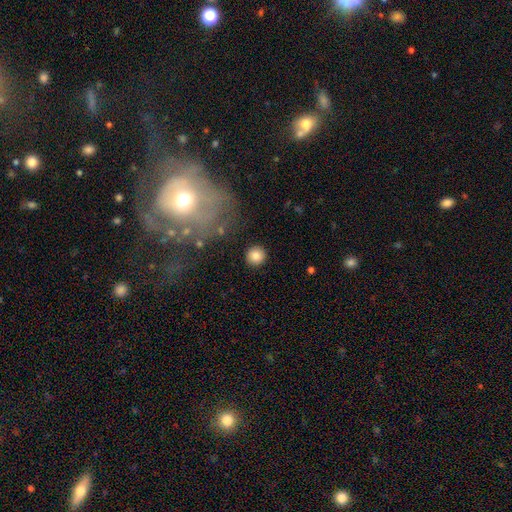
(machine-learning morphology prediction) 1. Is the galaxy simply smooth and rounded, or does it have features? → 84% smooth, 10% star or artifact, 6% featured or disk.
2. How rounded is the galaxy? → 94% round, 5% in between, 1% cigar-shaped.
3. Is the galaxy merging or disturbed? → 90% none, 5% minor disturbance, 2% major disturbance, 2% merger.